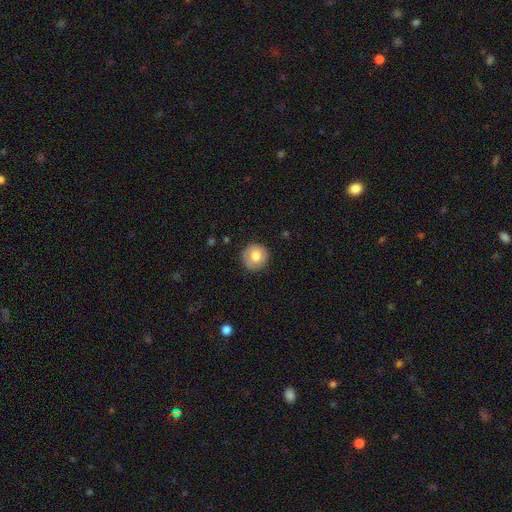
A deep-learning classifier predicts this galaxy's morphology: Smooth or featured: smooth — 73% (featured or disk — 19%)
How rounded: round — 93% (in between — 7%)
Merging: none — 85% (minor disturbance — 11%)